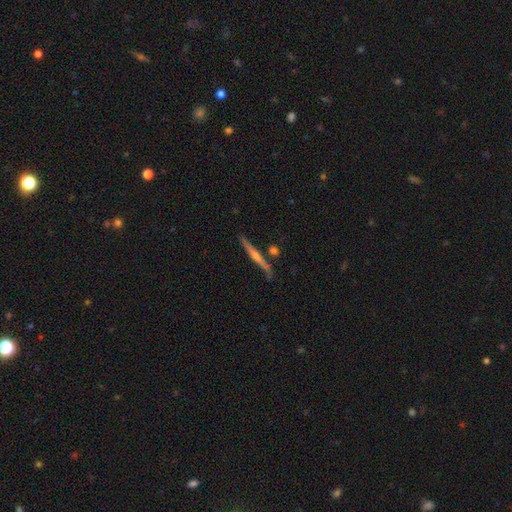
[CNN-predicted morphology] This is likely a featured or disk galaxy (73%). It is clearly viewed edge-on (97%). Edge-on bulge: likely rounded (71%). Merging: clearly none (81%).